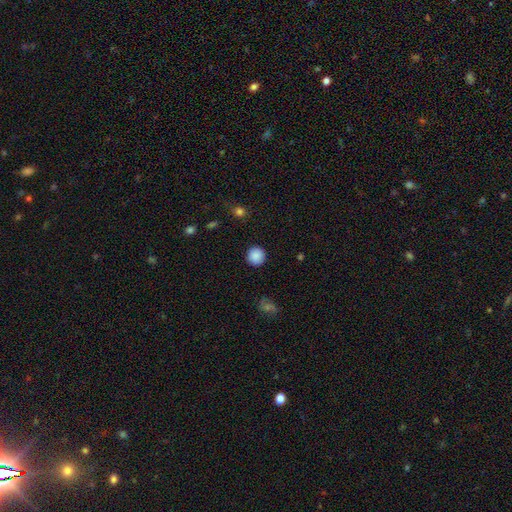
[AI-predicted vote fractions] Q: Smooth or featured?
A: smooth (88%); runner-up: star or artifact (8%)
Q: How rounded?
A: round (94%); runner-up: in between (5%)
Q: Merging?
A: none (91%); runner-up: minor disturbance (6%)